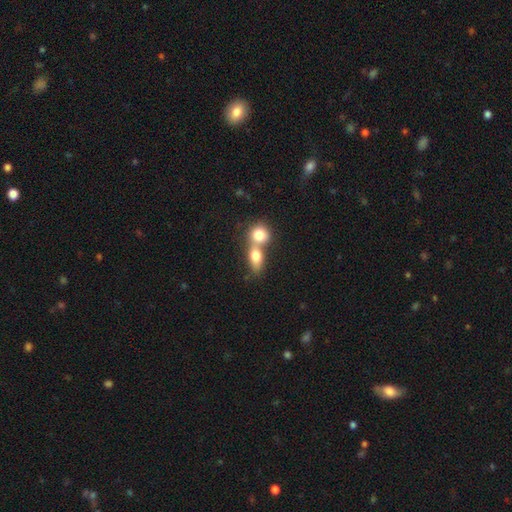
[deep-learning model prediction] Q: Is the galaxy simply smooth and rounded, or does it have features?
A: smooth — 77%.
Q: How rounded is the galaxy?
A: in between — 62%.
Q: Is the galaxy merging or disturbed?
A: merger — 68%.